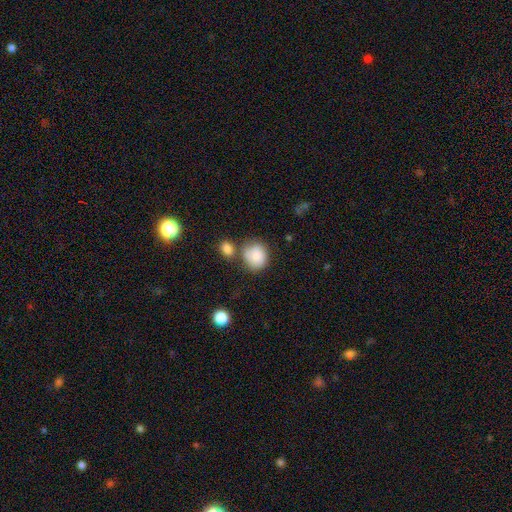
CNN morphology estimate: smooth_or_featured: smooth (p=0.84) [alt: featured or disk p=0.09]
how_rounded: round (p=0.78) [alt: in between p=0.21]
merging: none (p=0.58) [alt: merger p=0.18]